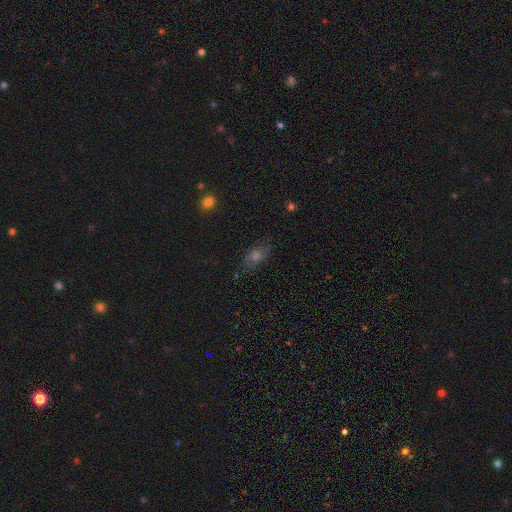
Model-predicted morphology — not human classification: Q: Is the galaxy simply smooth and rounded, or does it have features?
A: featured or disk — 39%.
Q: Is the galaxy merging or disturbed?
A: none — 77%.